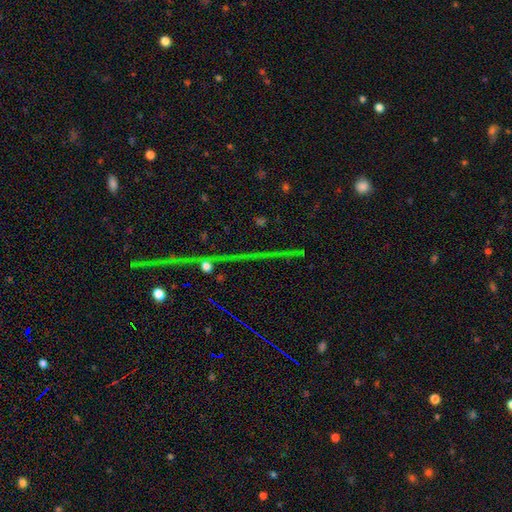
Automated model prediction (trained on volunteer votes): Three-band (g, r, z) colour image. It shows a star or artifact, not a galaxy (75%).